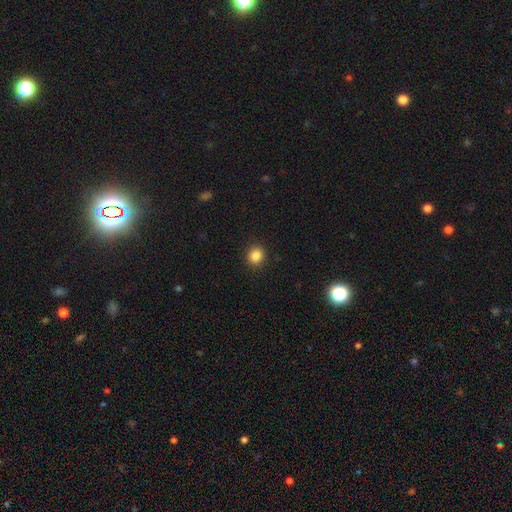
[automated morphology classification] smooth_or_featured: smooth (p=0.86) [alt: star or artifact p=0.11]
how_rounded: round (p=0.82) [alt: in between p=0.17]
merging: none (p=0.91) [alt: minor disturbance p=0.06]